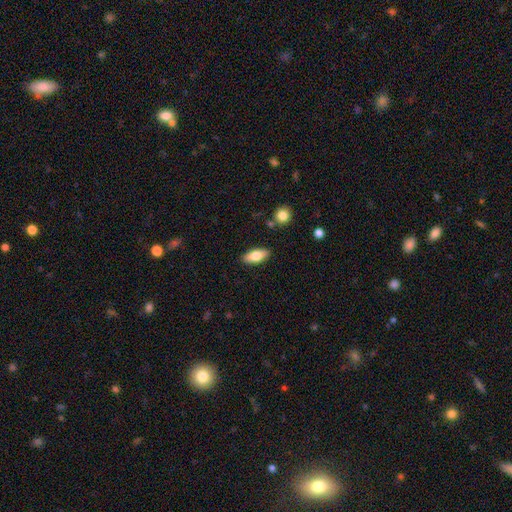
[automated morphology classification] Q: Smooth or featured?
A: smooth (76%); runner-up: featured or disk (17%)
Q: How rounded?
A: in between (83%); runner-up: cigar-shaped (14%)
Q: Merging?
A: none (87%); runner-up: minor disturbance (9%)